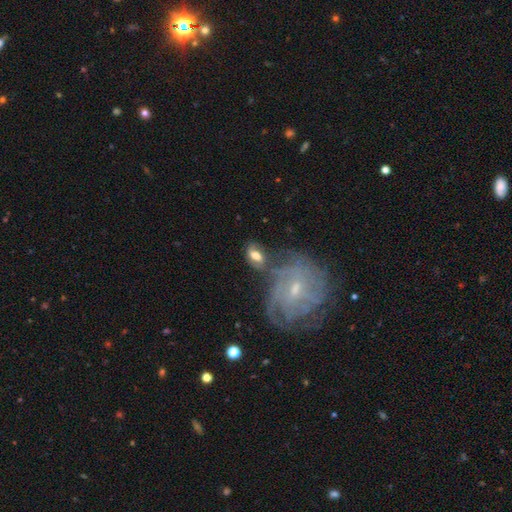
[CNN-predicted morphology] This appears to be a smooth galaxy with no disk features (56%) that is in between round and cigar-shaped (85%). Merging: none (51%).